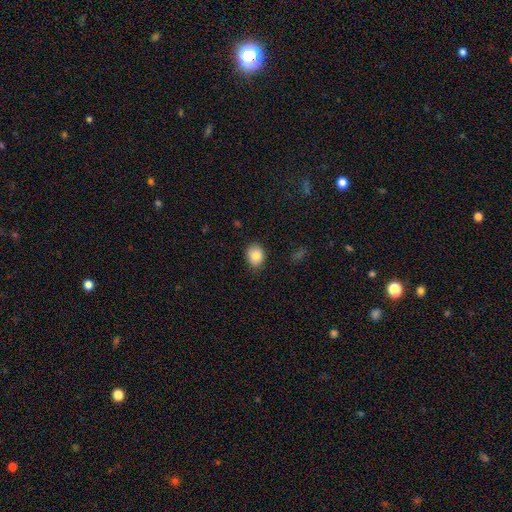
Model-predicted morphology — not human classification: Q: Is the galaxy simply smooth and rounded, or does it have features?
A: smooth — 85%.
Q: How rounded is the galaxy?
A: in between — 54%.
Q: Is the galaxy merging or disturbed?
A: none — 84%.